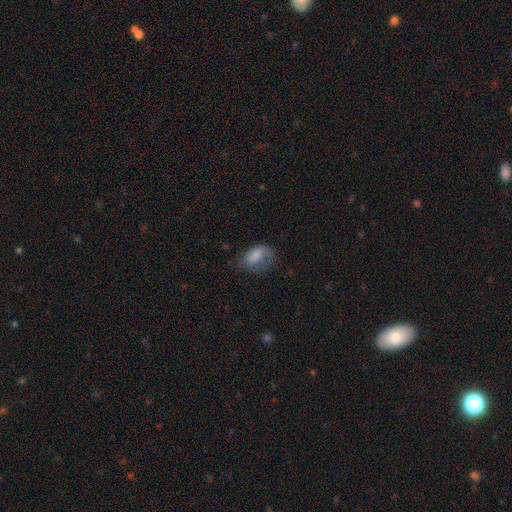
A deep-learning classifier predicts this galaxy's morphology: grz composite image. It shows a smooth galaxy with no disk features (74%) that is in between round and cigar-shaped (87%). Merging: none (37%).